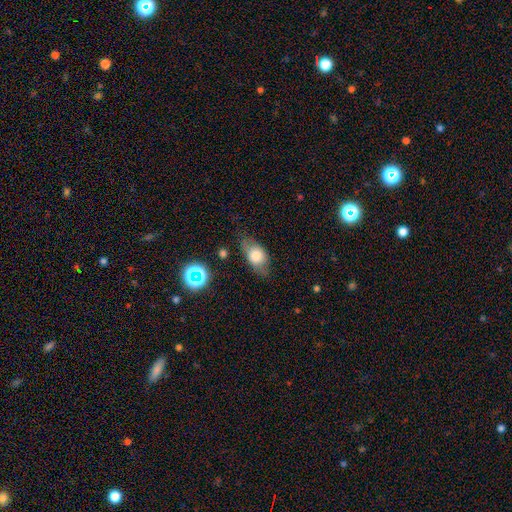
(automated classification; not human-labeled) A smooth galaxy with no disk features (65%) that is in between round and cigar-shaped (80%).

Vote fractions:
- Smooth or featured? smooth: 65% / featured or disk: 25% / star or artifact: 10%
- How rounded? in between: 80% / round: 15% / cigar-shaped: 6%
- Merging? none: 65% / minor disturbance: 24% / major disturbance: 8% / merger: 2%